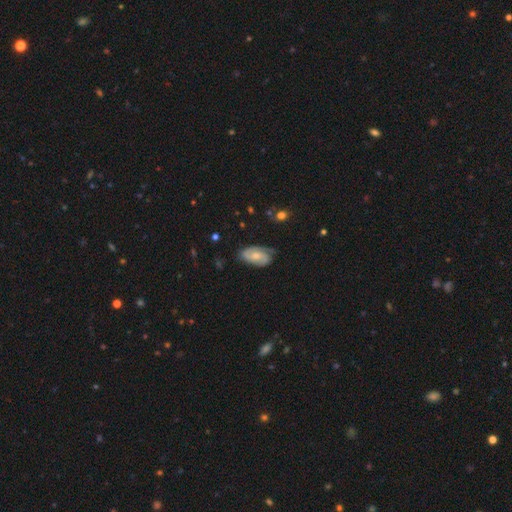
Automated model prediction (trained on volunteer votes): This is likely a featured or disk galaxy (70%). It is clearly not viewed edge-on (96%). Bar: possibly no (57%). Spiral arm pattern: clearly yes (93%). Spiral arm count: likely 2 (72%). Spiral winding: marginally tight (43%). Central bulge: possibly moderate (46%). Merging: likely none (68%).